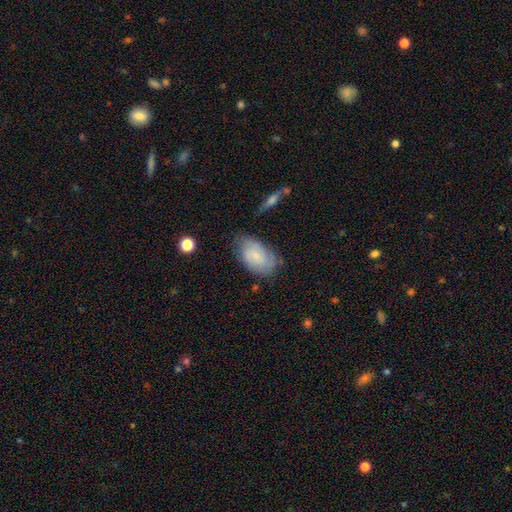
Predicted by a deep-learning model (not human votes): smooth_or_featured: smooth (p=0.61) [alt: featured or disk p=0.31]
how_rounded: in between (p=0.92) [alt: round p=0.06]
merging: none (p=0.64) [alt: minor disturbance p=0.26]